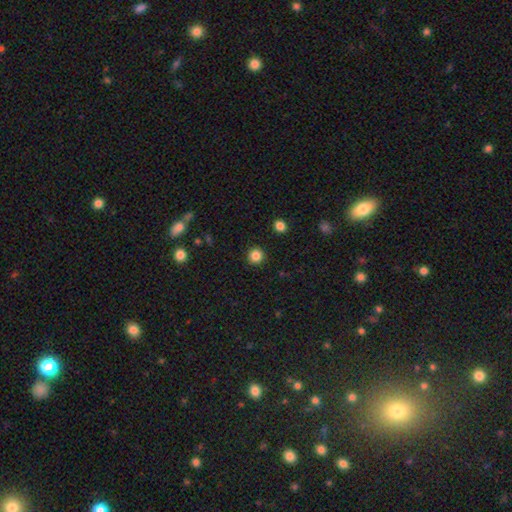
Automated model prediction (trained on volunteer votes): This is clearly a smooth galaxy (85%). How rounded: clearly round (94%). Merging: clearly none (92%).